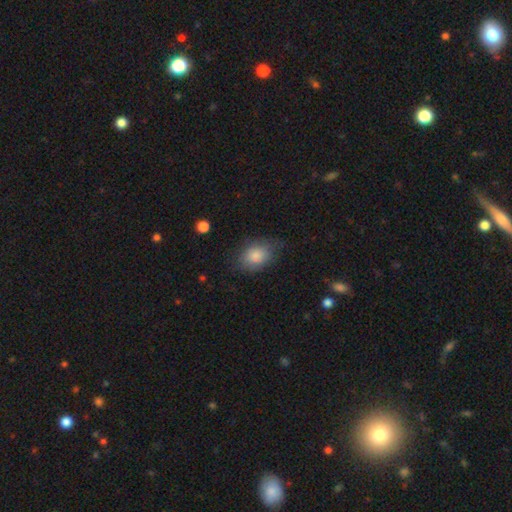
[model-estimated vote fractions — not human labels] smooth_or_featured: smooth (p=0.83) [alt: featured or disk p=0.10]
how_rounded: in between (p=0.74) [alt: round p=0.25]
merging: none (p=0.68) [alt: minor disturbance p=0.23]